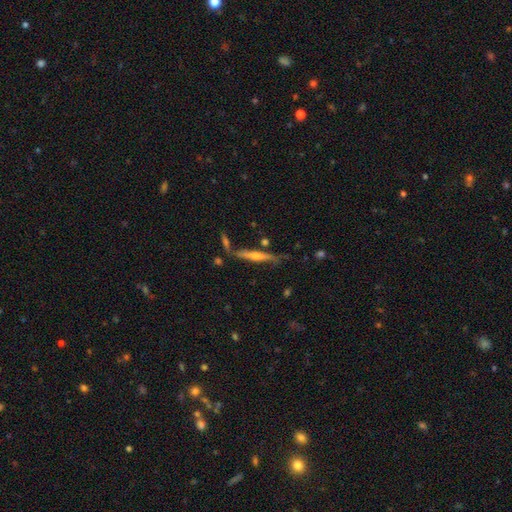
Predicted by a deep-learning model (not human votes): smooth-or-featured: featured or disk: 63% | smooth: 30% | star or artifact: 7%
  disk-edge-on: yes: 93% | no: 7%
    edge-on-bulge: rounded: 66% | none: 22% | boxy: 13%
  merging: none: 71% | minor disturbance: 16% | merger: 9% | major disturbance: 5%